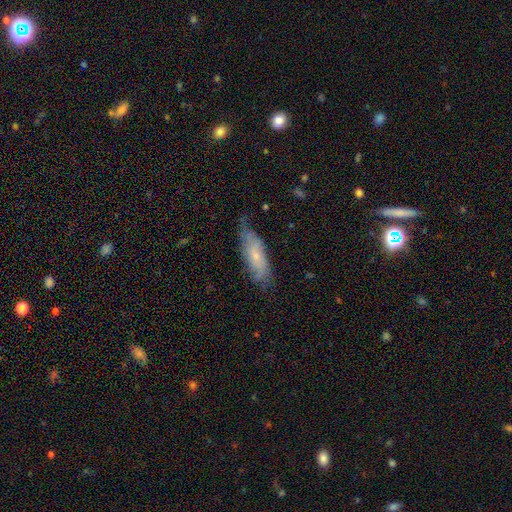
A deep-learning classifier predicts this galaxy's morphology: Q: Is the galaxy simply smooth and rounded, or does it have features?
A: smooth — 49%.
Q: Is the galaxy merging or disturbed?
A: none — 62%.